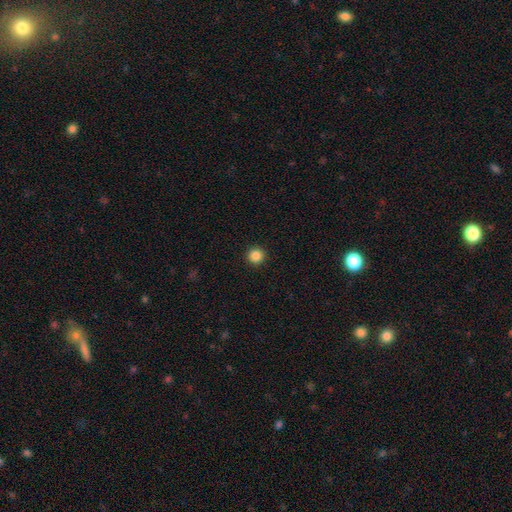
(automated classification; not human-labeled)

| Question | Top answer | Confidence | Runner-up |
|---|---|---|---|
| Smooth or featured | smooth | 86% | star or artifact (10%) |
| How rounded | round | 95% | in between (4%) |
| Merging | none | 93% | minor disturbance (4%) |